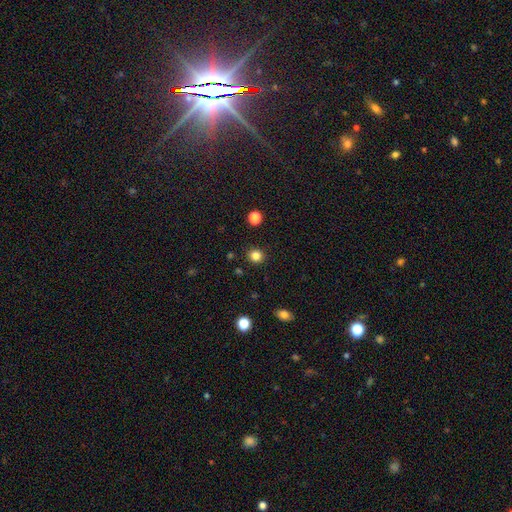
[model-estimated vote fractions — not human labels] smooth_or_featured: smooth (p=0.83) [alt: star or artifact p=0.13]
how_rounded: round (p=0.89) [alt: in between p=0.10]
merging: none (p=0.91) [alt: minor disturbance p=0.05]